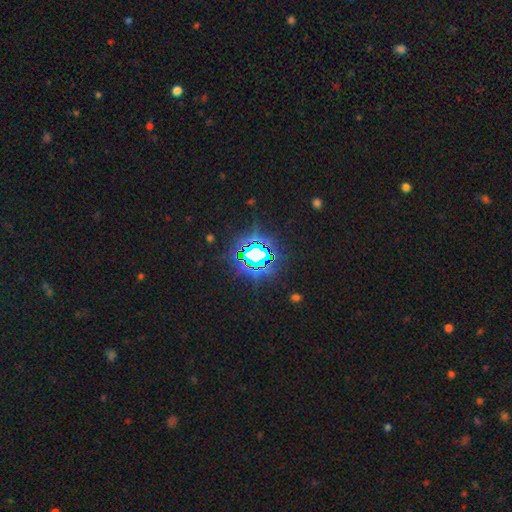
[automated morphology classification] The model was most divided on "smooth or featured": star or artifact: 79%, smooth: 12%, featured or disk: 10%.